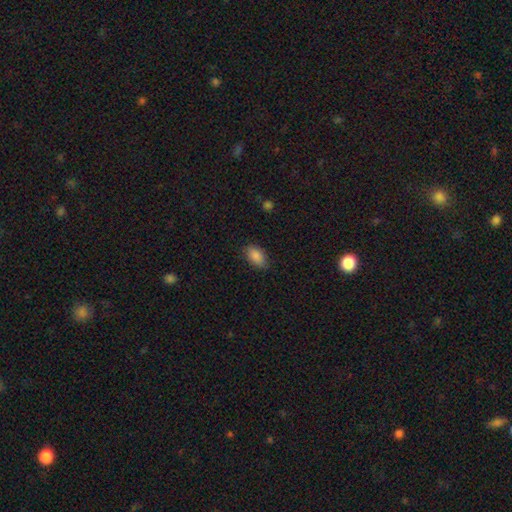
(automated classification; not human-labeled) smooth-or-featured: smooth: 87% | star or artifact: 8% | featured or disk: 5%
  how-rounded: in between: 91% | round: 6% | cigar-shaped: 3%
  merging: none: 84% | minor disturbance: 12% | major disturbance: 3% | merger: 1%